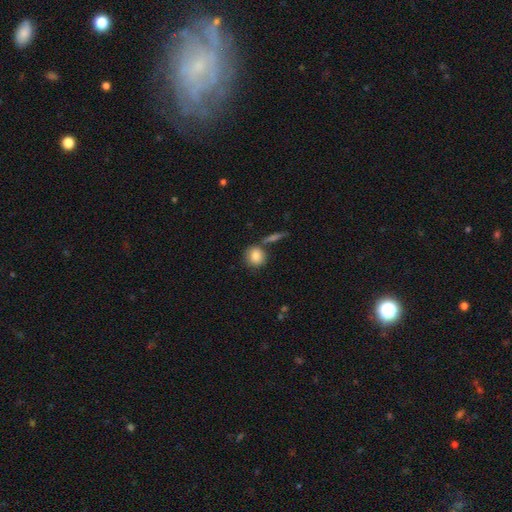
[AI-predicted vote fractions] Smooth or featured?
  - smooth: 83% *
  - featured or disk: 9%
  - star or artifact: 8%
How rounded?
  - round: 82% *
  - in between: 16%
  - cigar-shaped: 2%
Merging?
  - none: 71% *
  - merger: 14%
  - minor disturbance: 11%
  - major disturbance: 3%